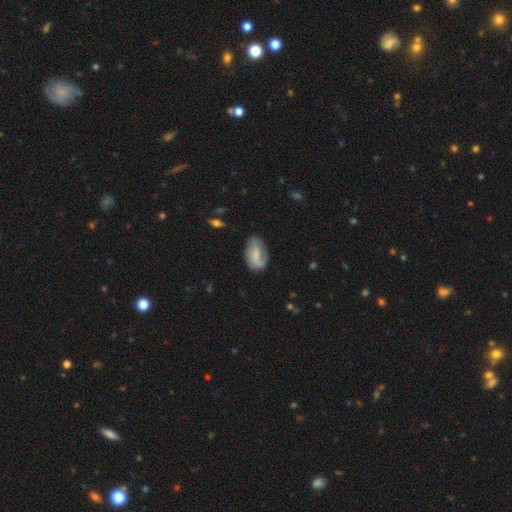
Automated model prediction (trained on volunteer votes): smooth_or_featured: smooth (p=0.58) [alt: featured or disk p=0.35]
how_rounded: in between (p=0.91) [alt: round p=0.07]
merging: none (p=0.58) [alt: minor disturbance p=0.27]